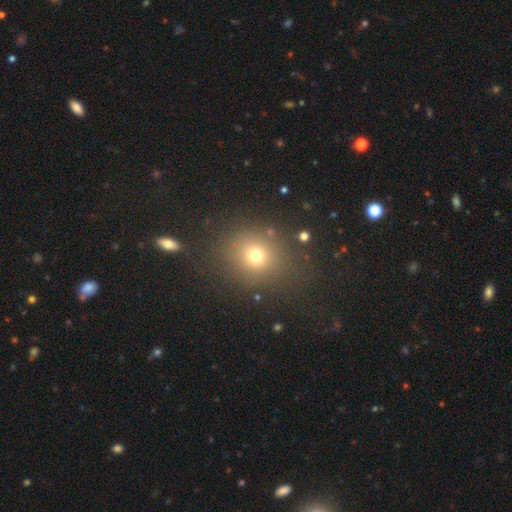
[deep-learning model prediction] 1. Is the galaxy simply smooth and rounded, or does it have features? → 71% smooth, 19% star or artifact, 10% featured or disk.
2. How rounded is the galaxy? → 77% round, 22% in between, 1% cigar-shaped.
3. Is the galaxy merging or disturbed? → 80% none, 10% minor disturbance, 6% major disturbance, 4% merger.